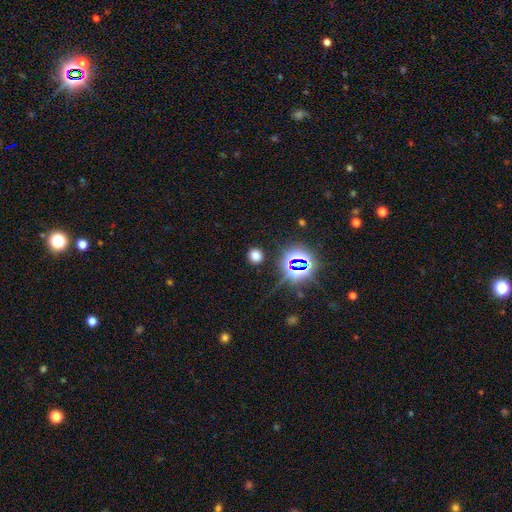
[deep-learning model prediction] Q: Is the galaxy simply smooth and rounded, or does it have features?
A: smooth — 66%.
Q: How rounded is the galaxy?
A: round — 78%.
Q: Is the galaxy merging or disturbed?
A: none — 88%.